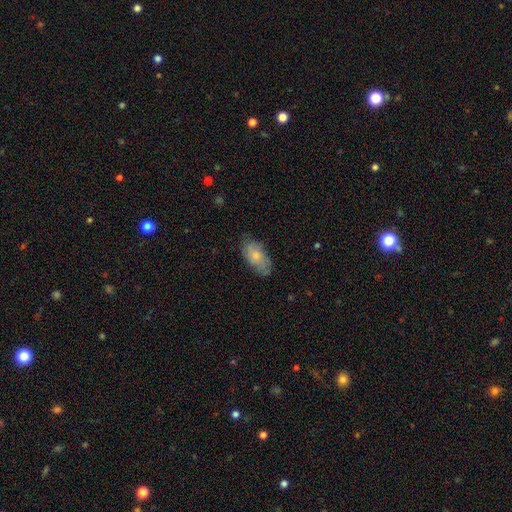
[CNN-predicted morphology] smooth 66%, featured or disk 27%, star or artifact 6%. Down the decision tree: how rounded — in between (91%); merging — none (69%).